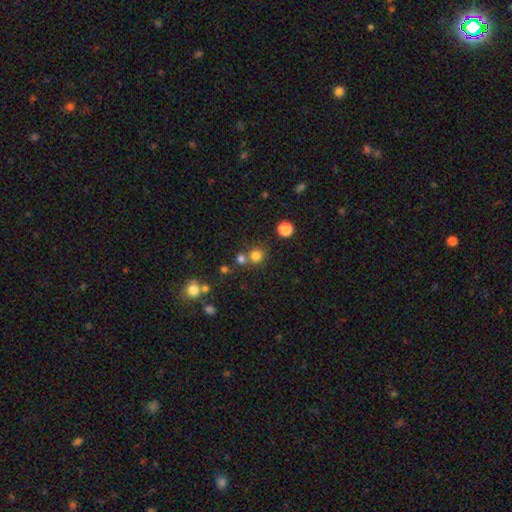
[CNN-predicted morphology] Smooth or featured?
  - smooth: 77% *
  - star or artifact: 17%
  - featured or disk: 7%
How rounded?
  - round: 91% *
  - in between: 9%
  - cigar-shaped: 1%
Merging?
  - none: 65% *
  - merger: 24%
  - minor disturbance: 7%
  - major disturbance: 3%